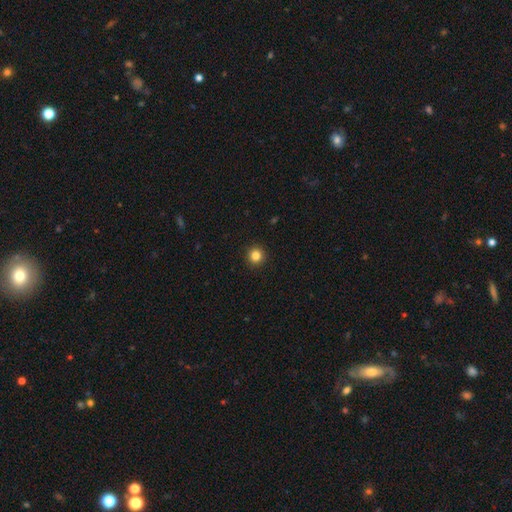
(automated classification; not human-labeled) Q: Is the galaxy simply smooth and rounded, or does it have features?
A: smooth — 84%.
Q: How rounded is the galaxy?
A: round — 95%.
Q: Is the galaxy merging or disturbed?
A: none — 94%.